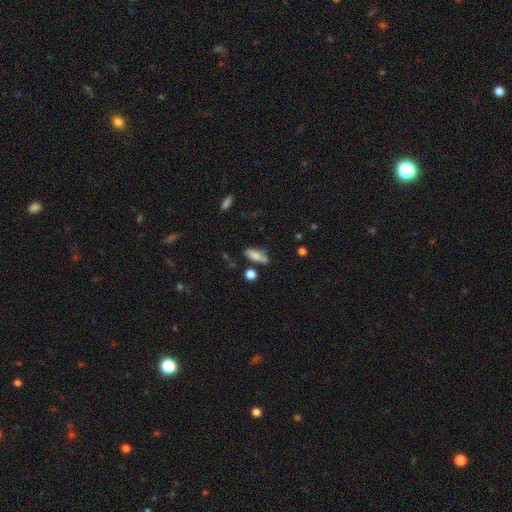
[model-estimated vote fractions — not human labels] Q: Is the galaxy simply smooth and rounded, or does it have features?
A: smooth — 71%.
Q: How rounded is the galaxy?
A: in between — 62%.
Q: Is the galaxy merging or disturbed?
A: none — 59%.